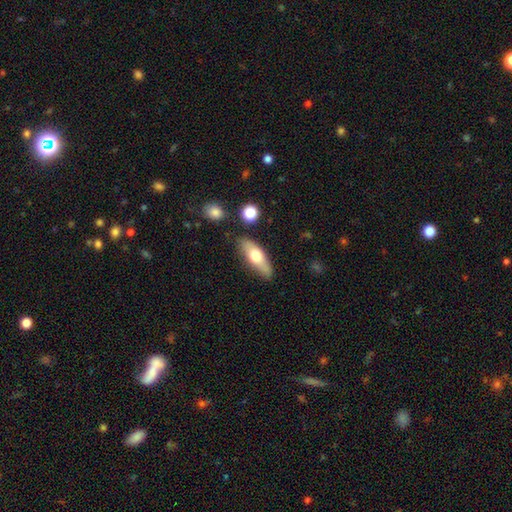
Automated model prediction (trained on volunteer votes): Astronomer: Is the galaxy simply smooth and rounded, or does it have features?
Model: smooth — 61%.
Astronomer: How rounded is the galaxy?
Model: in between — 57% (runner-up: cigar-shaped, 39%).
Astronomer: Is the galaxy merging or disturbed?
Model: none — 80%.